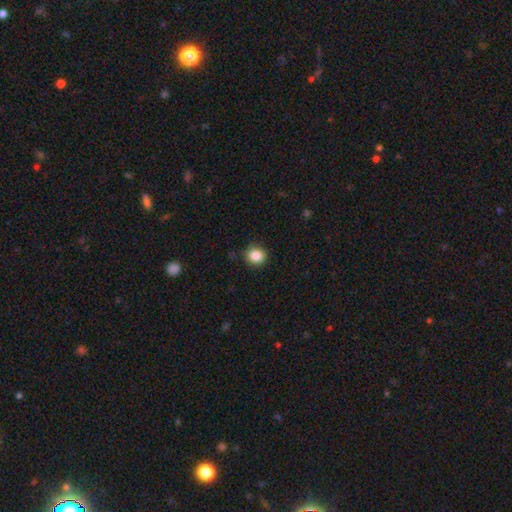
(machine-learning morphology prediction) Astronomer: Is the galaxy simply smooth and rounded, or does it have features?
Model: smooth — 86%.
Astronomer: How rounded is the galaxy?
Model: round — 90%.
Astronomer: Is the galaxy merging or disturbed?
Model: none — 88%.